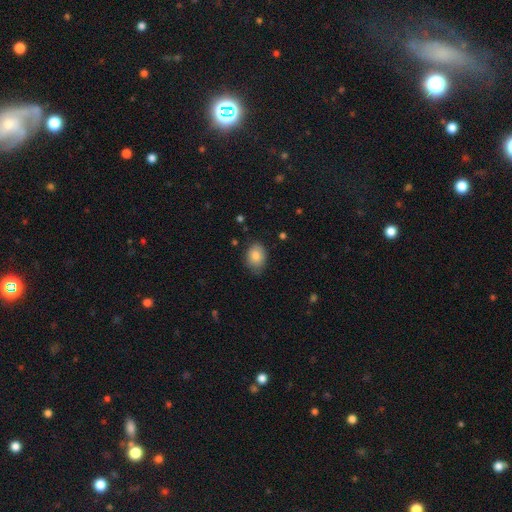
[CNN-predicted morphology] A smooth galaxy with no disk features (83%) that is in between round and cigar-shaped (68%).

Vote fractions:
- Smooth or featured? smooth: 83% / featured or disk: 9% / star or artifact: 8%
- How rounded? in between: 68% / round: 31% / cigar-shaped: 1%
- Merging? none: 72% / minor disturbance: 23% / major disturbance: 4% / merger: 1%